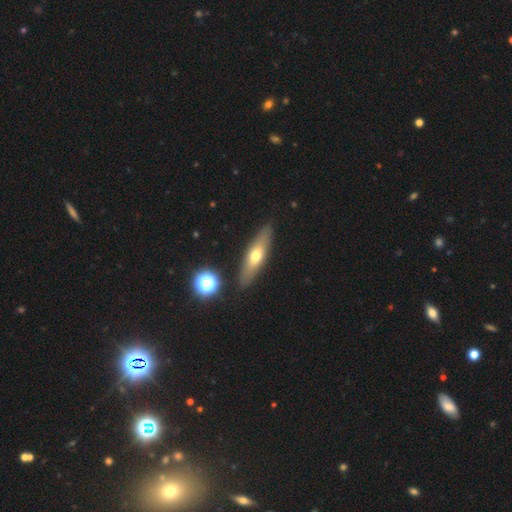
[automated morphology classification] Smooth or featured: smooth — 52% (featured or disk — 41%)
How rounded: cigar-shaped — 64% (in between — 33%)
Merging: none — 87% (minor disturbance — 9%)